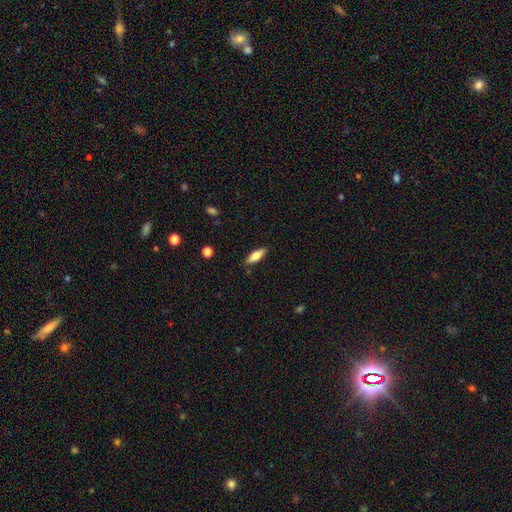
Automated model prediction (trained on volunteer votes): Overall: smooth (69%). How rounded: in between (55%; cigar-shaped 43%). Merging: none (86%).